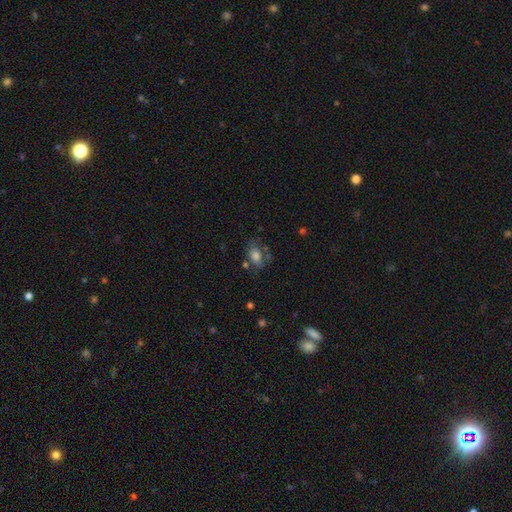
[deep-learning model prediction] This appears to be a smooth galaxy with no disk features (72%) that is in between round and cigar-shaped (84%). Merging: none (53%).